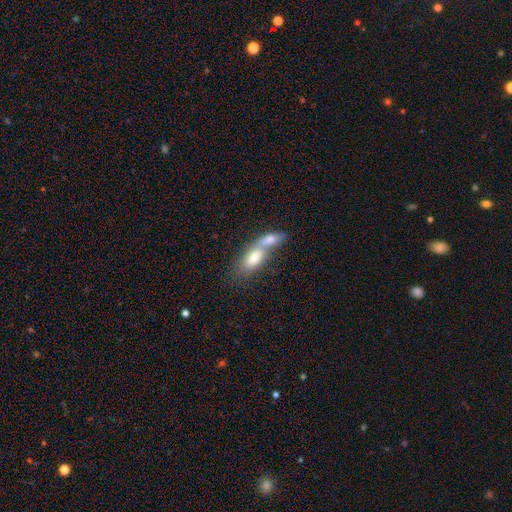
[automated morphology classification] type=smooth (71%); roundness=in between (79%); merging=merger (70%).